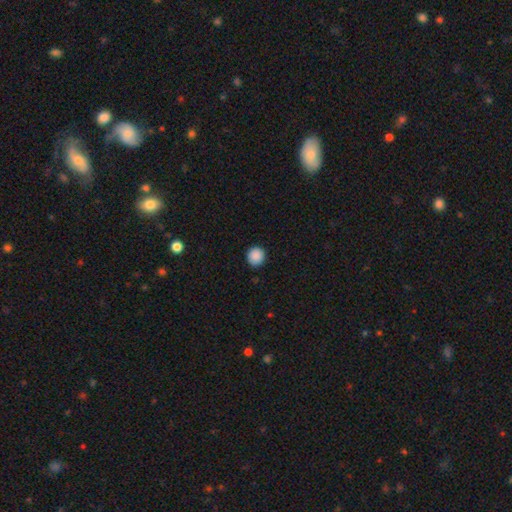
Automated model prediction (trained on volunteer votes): A smooth galaxy with no disk features (89%) that is round (92%).

Vote fractions:
- Smooth or featured? smooth: 89% / star or artifact: 9% / featured or disk: 2%
- How rounded? round: 92% / in between: 7% / cigar-shaped: 1%
- Merging? none: 91% / minor disturbance: 7% / major disturbance: 2% / merger: 1%